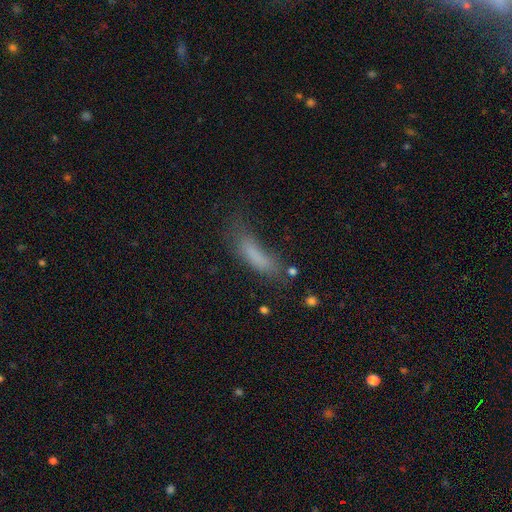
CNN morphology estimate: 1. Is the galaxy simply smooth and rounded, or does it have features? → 72% smooth, 15% featured or disk, 13% star or artifact.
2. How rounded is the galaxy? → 59% cigar-shaped, 38% in between, 2% round.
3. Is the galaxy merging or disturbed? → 39% none, 28% major disturbance, 27% minor disturbance, 6% merger.